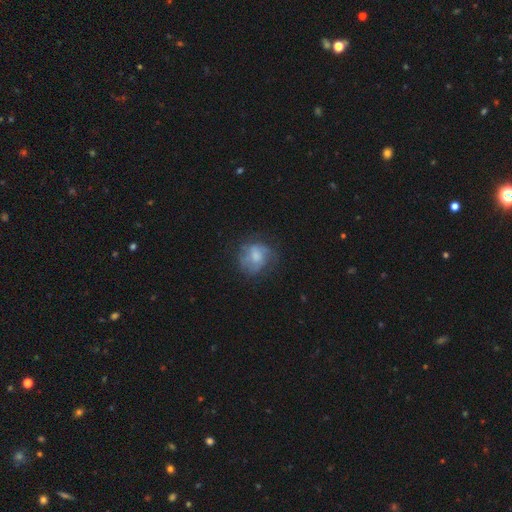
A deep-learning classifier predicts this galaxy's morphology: smooth-or-featured: smooth: 48% | featured or disk: 42% | star or artifact: 9%
  merging: none: 55% | minor disturbance: 24% | major disturbance: 20% | merger: 2%